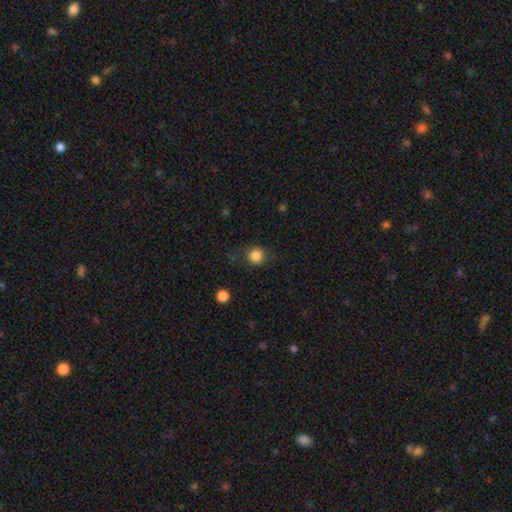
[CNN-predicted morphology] Overall: smooth (85%). How rounded: round (92%). Merging: none (83%).